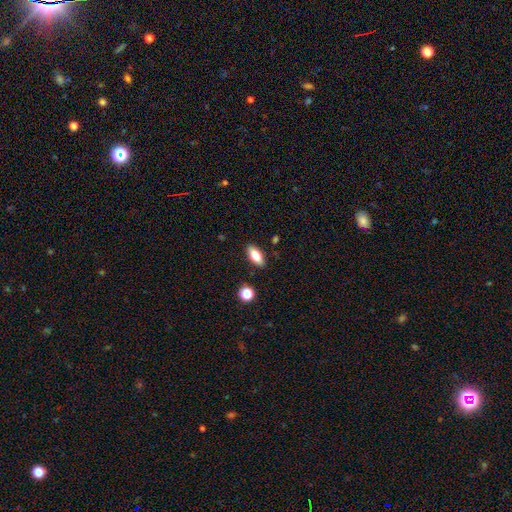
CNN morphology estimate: type=smooth (80%); roundness=in between (84%); merging=none (87%).